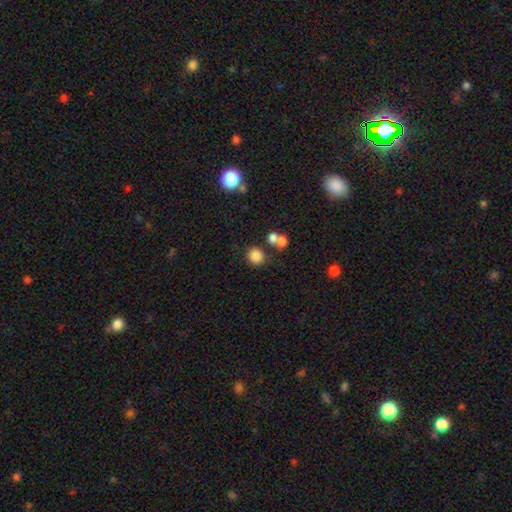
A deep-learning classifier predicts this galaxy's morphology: This is clearly a smooth galaxy (82%). How rounded: clearly round (85%). Merging: likely none (71%).